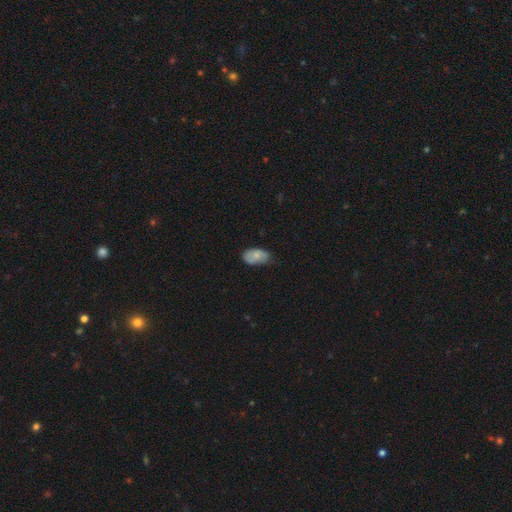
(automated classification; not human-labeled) A smooth galaxy with no disk features (72%) that is in between round and cigar-shaped (93%). Merging: none (66%).